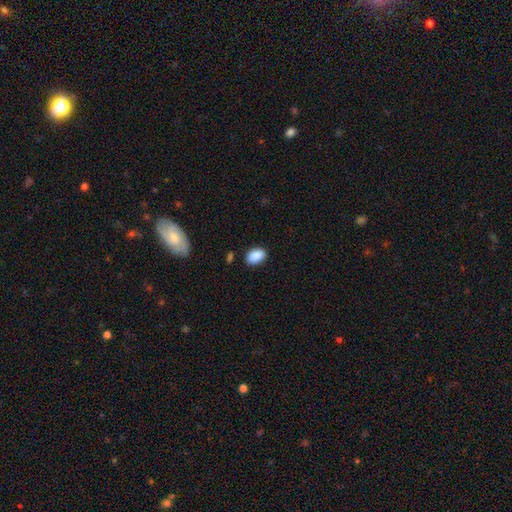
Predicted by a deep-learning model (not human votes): A smooth galaxy with no disk features (89%) that is in between round and cigar-shaped (88%).

Vote fractions:
- Smooth or featured? smooth: 89% / star or artifact: 7% / featured or disk: 3%
- How rounded? in between: 88% / round: 10% / cigar-shaped: 1%
- Merging? none: 83% / minor disturbance: 12% / major disturbance: 3% / merger: 2%